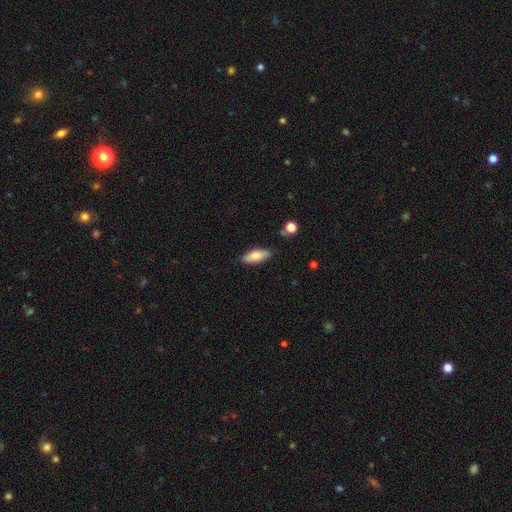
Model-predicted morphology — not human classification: The model was most divided on "how rounded": in between: 74%, cigar-shaped: 23%, round: 2%. More confident: merging — none (81%); smooth or featured — smooth (76%).